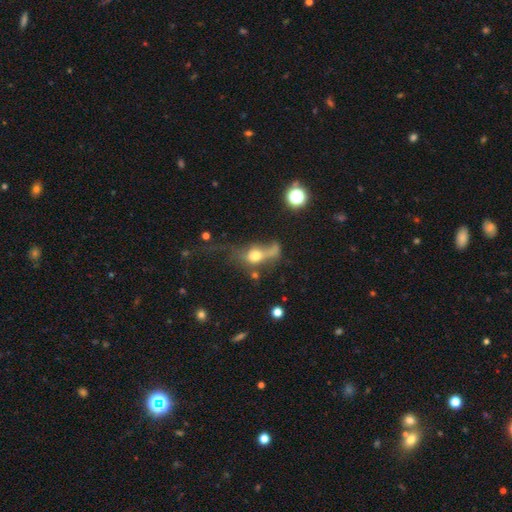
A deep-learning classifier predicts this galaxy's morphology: Smooth or featured?
  - smooth: 57% *
  - featured or disk: 28%
  - star or artifact: 15%
How rounded?
  - in between: 49% *
  - round: 41%
  - cigar-shaped: 10%
Merging?
  - major disturbance: 45% *
  - none: 22%
  - merger: 18%
  - minor disturbance: 15%